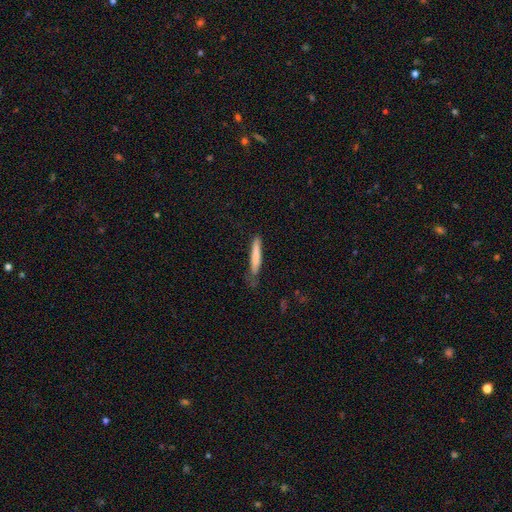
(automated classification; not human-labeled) Overall: smooth (78%). How rounded: cigar-shaped (93%). Merging: none (66%; minor disturbance 26%).